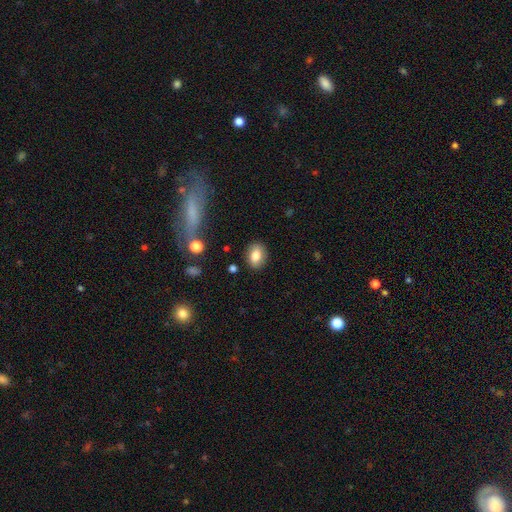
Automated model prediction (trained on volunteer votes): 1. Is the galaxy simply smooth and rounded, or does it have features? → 80% smooth, 11% featured or disk, 9% star or artifact.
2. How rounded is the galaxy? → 65% in between, 34% round, 1% cigar-shaped.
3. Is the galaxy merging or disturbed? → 86% none, 9% minor disturbance, 3% major disturbance, 2% merger.